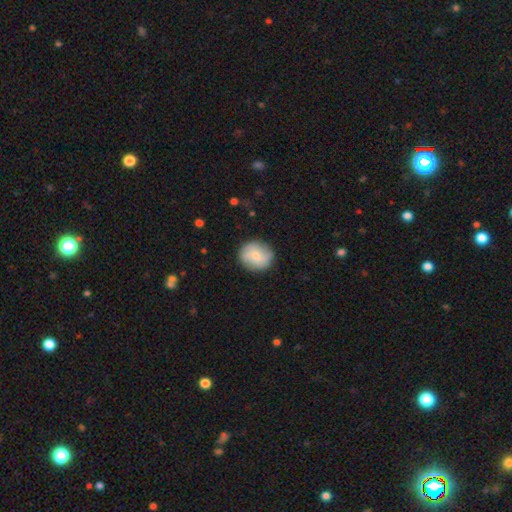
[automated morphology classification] Smooth or featured? Predicted: smooth (p=0.53). How rounded? Predicted: round (p=0.84). Merging? Predicted: none (p=0.84).